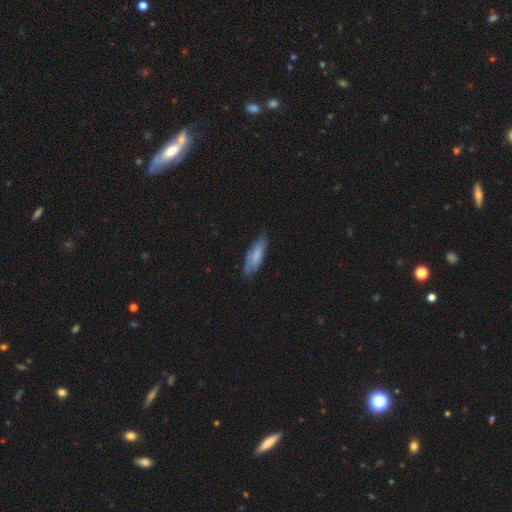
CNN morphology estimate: The model was most divided on "how rounded": in between: 53%, cigar-shaped: 45%, round: 2%. More confident: smooth or featured — smooth (69%); merging — none (64%).